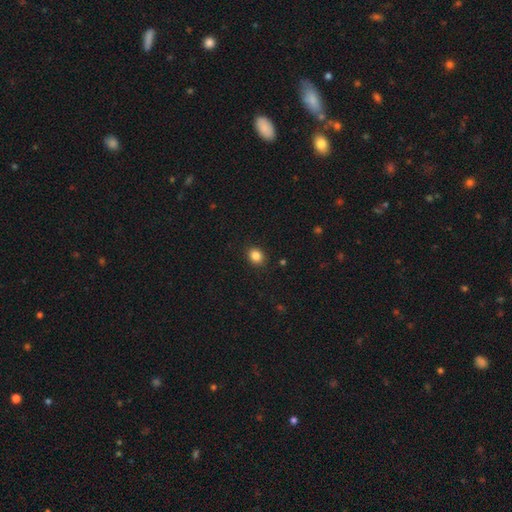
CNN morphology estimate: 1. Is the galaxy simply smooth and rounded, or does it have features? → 85% smooth, 10% star or artifact, 5% featured or disk.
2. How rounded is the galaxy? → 51% round, 48% in between, 1% cigar-shaped.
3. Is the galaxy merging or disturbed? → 89% none, 8% minor disturbance, 2% major disturbance, 1% merger.